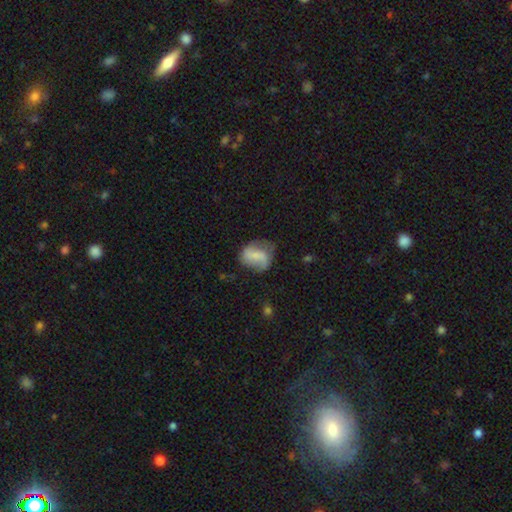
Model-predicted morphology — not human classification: A featured or disk galaxy (51%).

Vote fractions:
- Smooth or featured? featured or disk: 51% / smooth: 42% / star or artifact: 8%
- Edge-on disk? no: 97% / yes: 3%
- Merging? none: 53% / minor disturbance: 28% / major disturbance: 16% / merger: 3%